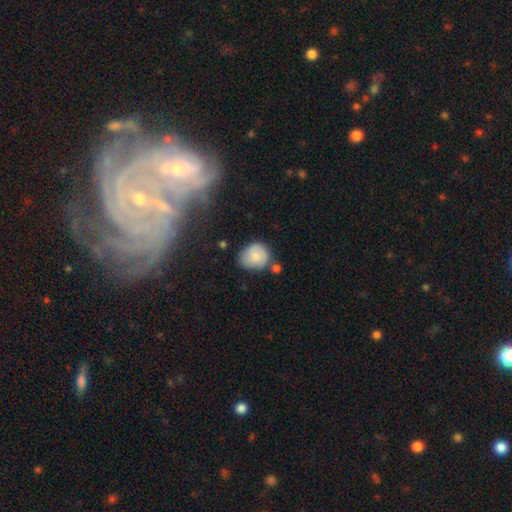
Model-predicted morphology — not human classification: Smooth or featured? smooth (68%)
How rounded? round (73%)
Merging? none (63%)